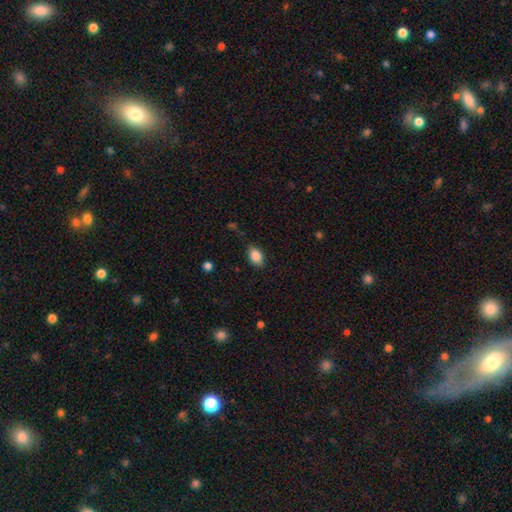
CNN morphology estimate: Smooth or featured: smooth — 86% (star or artifact — 8%)
How rounded: in between — 86% (round — 13%)
Merging: none — 81% (minor disturbance — 14%)